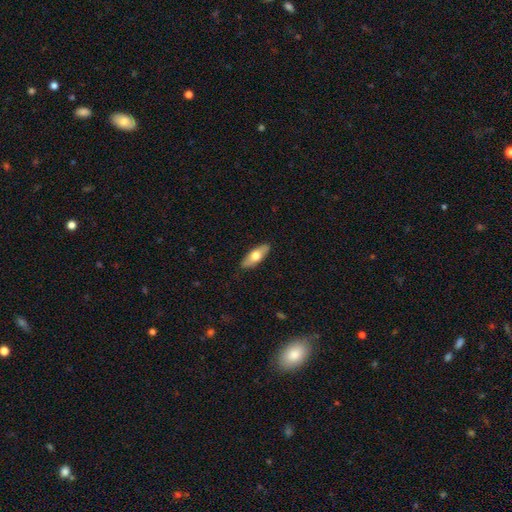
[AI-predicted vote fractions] A smooth galaxy with no disk features (64%) that is in between round and cigar-shaped (72%). Merging: none (88%).